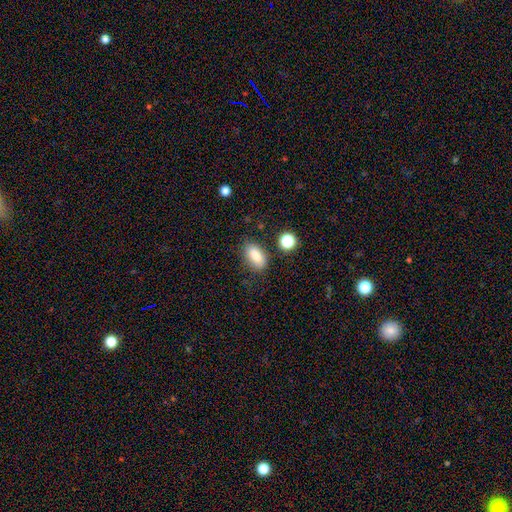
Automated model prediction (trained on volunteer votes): smooth-or-featured: smooth: 83% | star or artifact: 9% | featured or disk: 8%
  how-rounded: in between: 89% | round: 6% | cigar-shaped: 5%
  merging: none: 79% | minor disturbance: 14% | merger: 4% | major disturbance: 4%